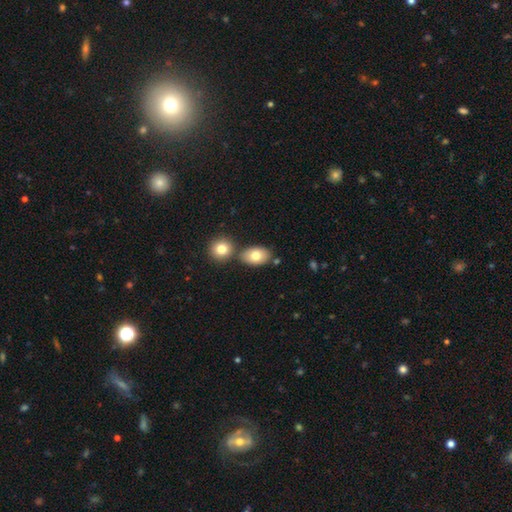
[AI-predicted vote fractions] Smooth or featured? Predicted: smooth (p=0.78). How rounded? Predicted: in between (p=0.82). Merging? Predicted: none (p=0.65).